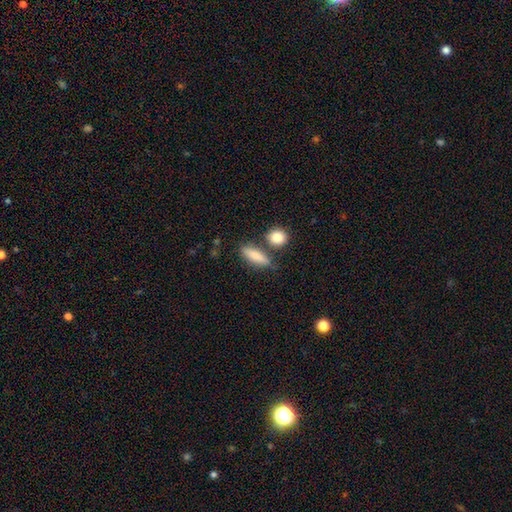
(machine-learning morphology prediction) Smooth or featured? Predicted: smooth (p=0.81). How rounded? Predicted: in between (p=0.50). Merging? Predicted: none (p=0.65).